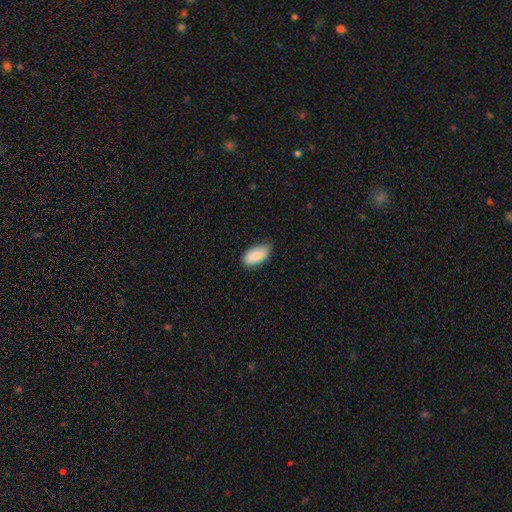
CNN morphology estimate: smooth 89%, star or artifact 6%, featured or disk 5%. Down the decision tree: how rounded — in between (95%); merging — none (71%).